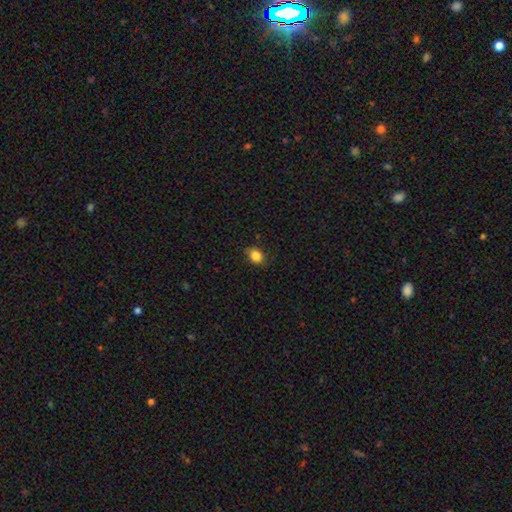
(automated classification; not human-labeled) This is clearly a smooth galaxy (85%). How rounded: possibly in between (56%). Merging: clearly none (80%).